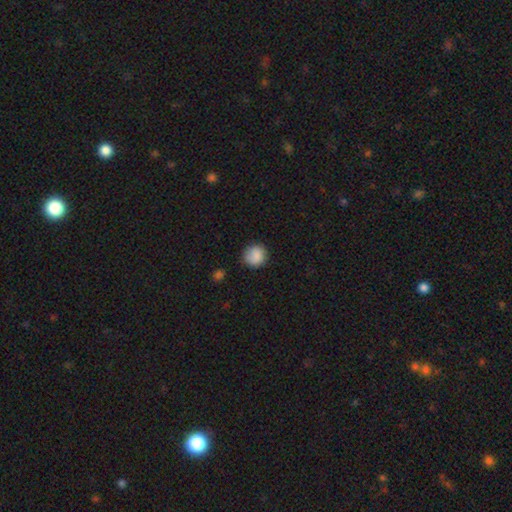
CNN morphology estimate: Smooth or featured? Predicted: smooth (p=0.87). How rounded? Predicted: round (p=0.87). Merging? Predicted: none (p=0.80).